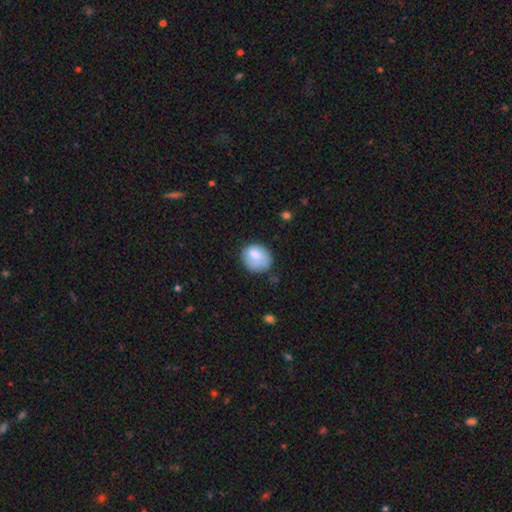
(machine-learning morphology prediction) Smooth or featured? smooth (77%)
How rounded? round (64%)
Merging? none (60%)